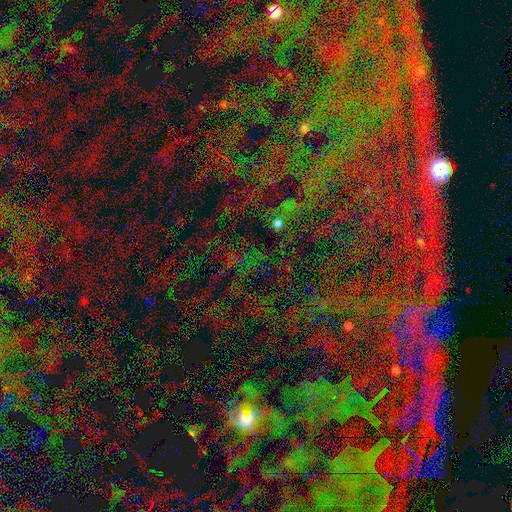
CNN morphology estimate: This is likely a star or artifact rather than a galaxy (72%).